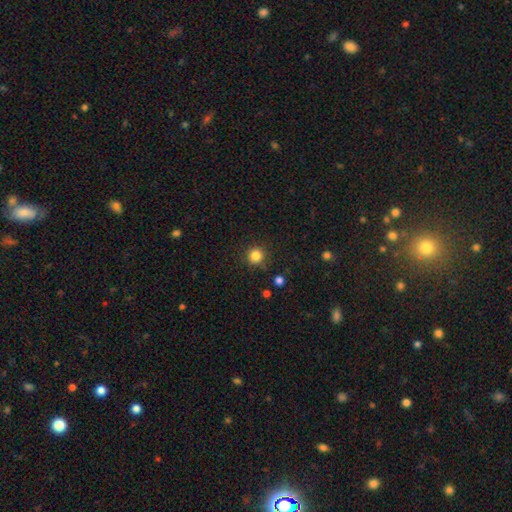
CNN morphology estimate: Smooth or featured: smooth — 84% (star or artifact — 12%)
How rounded: round — 95% (in between — 4%)
Merging: none — 89% (minor disturbance — 8%)